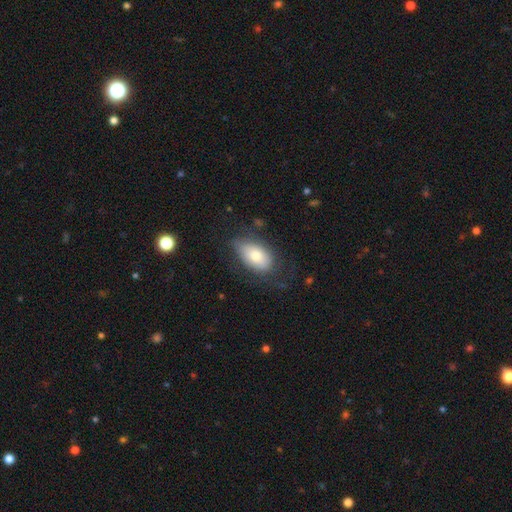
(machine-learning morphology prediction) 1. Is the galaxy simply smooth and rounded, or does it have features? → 72% smooth, 21% featured or disk, 7% star or artifact.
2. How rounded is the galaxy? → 93% in between, 5% round, 2% cigar-shaped.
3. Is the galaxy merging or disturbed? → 62% none, 24% minor disturbance, 13% major disturbance, 2% merger.